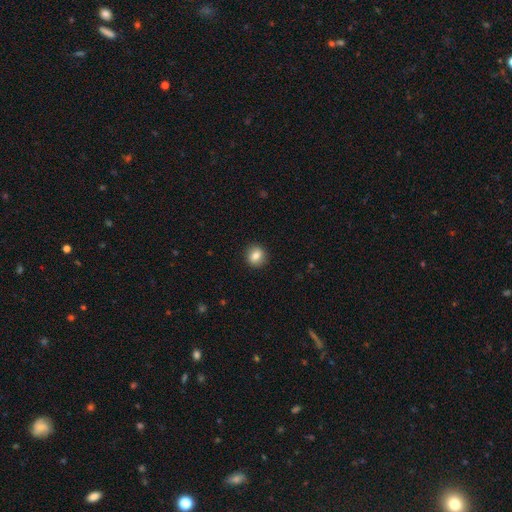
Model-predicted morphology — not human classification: smooth_or_featured: smooth (p=0.82) [alt: star or artifact p=0.09]
how_rounded: round (p=0.79) [alt: in between p=0.20]
merging: none (p=0.90) [alt: minor disturbance p=0.07]